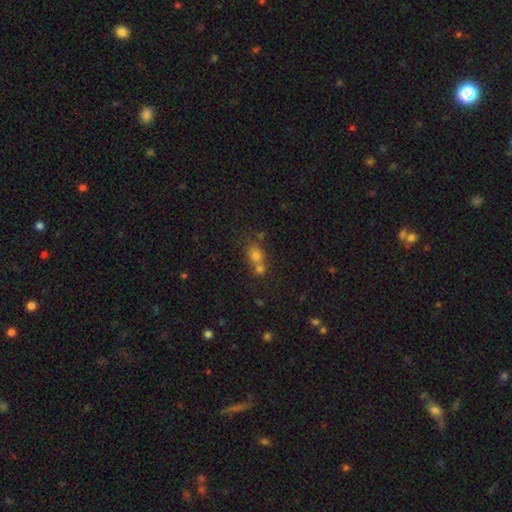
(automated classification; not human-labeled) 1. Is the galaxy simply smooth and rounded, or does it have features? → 70% smooth, 18% star or artifact, 12% featured or disk.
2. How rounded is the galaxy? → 56% round, 42% in between, 3% cigar-shaped.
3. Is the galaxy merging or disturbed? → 49% merger, 38% none, 9% minor disturbance, 4% major disturbance.